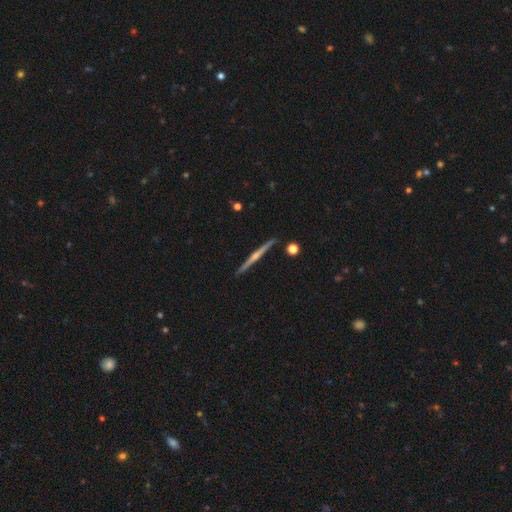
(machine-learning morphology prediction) smooth_or_featured: featured or disk (p=0.79) [alt: smooth p=0.15]
disk_edge_on: yes (p=0.98) [alt: no p=0.02]
edge_on_bulge: rounded (p=0.76) [alt: none p=0.18]
merging: none (p=0.92) [alt: minor disturbance p=0.06]